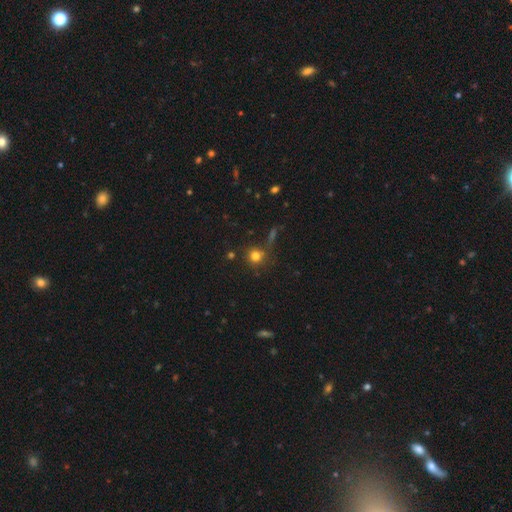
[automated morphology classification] A smooth galaxy with no disk features (77%) that is round (91%).

Vote fractions:
- Smooth or featured? smooth: 77% / star or artifact: 16% / featured or disk: 7%
- How rounded? round: 91% / in between: 8% / cigar-shaped: 1%
- Merging? none: 76% / minor disturbance: 11% / merger: 9% / major disturbance: 5%